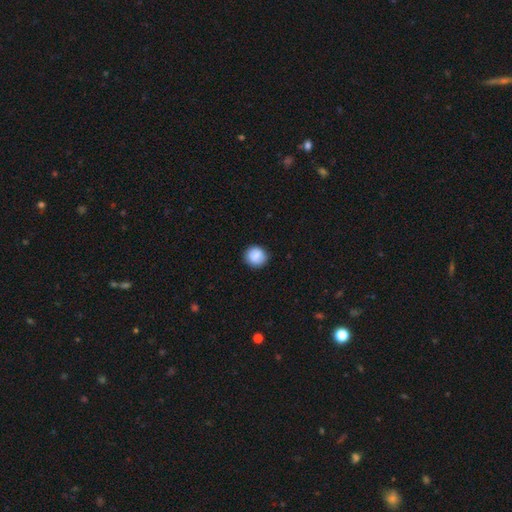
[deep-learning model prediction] This is clearly a smooth galaxy (85%). How rounded: clearly round (89%). Merging: clearly none (86%).